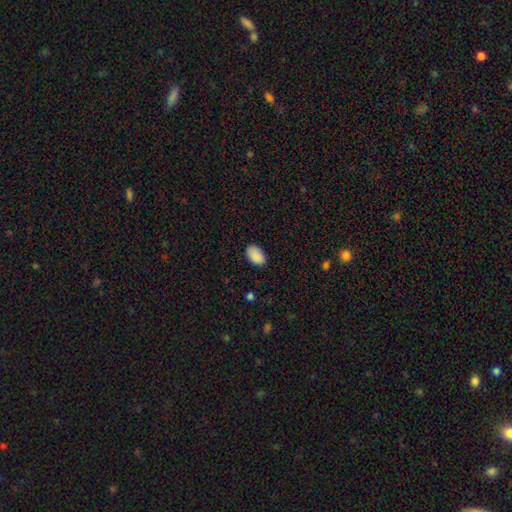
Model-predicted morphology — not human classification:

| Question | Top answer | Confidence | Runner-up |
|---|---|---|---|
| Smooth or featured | smooth | 90% | star or artifact (7%) |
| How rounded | in between | 93% | round (6%) |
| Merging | none | 87% | minor disturbance (10%) |